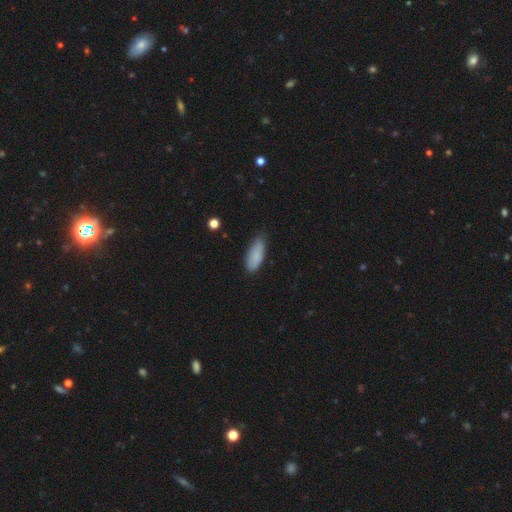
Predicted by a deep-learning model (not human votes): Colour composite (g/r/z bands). It shows a smooth galaxy with no disk features (86%) that is in between round and cigar-shaped (77%). Merging: none (71%).